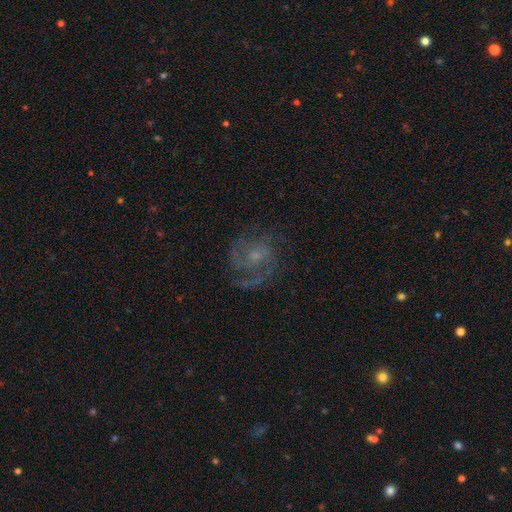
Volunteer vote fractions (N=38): smooth-or-featured: featured or disk: 82% | smooth: 11% | star or artifact: 8%
  disk-edge-on: no: 100% | yes: 0%
    bar: no: 81% | weak: 16% | strong: 3%
    has-spiral-arms: yes: 97% | no: 3%
      spiral-winding: medium: 47% | tight: 40% | loose: 13%
      spiral-arm-count: 2: 30% (tied) | 3: 30% (tied) | can't tell: 23% | 1: 10% | 4: 7% | more than 4: 0%
    bulge-size: small: 61% | moderate: 29% | none: 10% | dominant: 0% | large: 0%
  merging: none: 69% | major disturbance: 17% | minor disturbance: 14% | merger: 0%